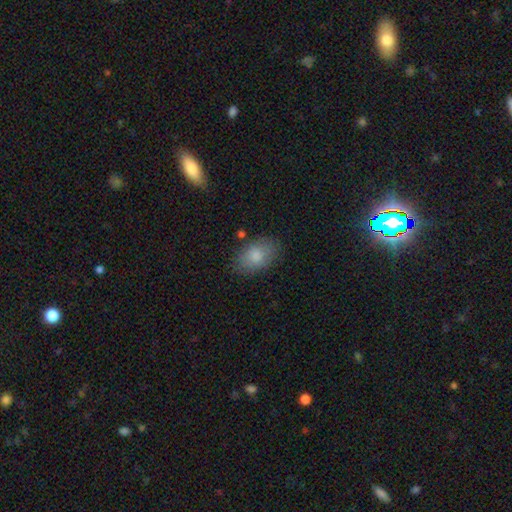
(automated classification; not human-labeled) A smooth galaxy with no disk features (84%) that is in between round and cigar-shaped (87%). Merging: none (77%).